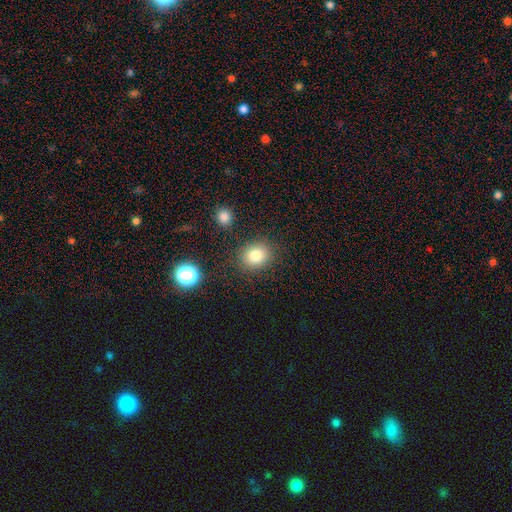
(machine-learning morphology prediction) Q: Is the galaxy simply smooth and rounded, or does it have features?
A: smooth — 81%.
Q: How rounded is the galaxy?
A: round — 66%.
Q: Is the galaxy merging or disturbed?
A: none — 84%.